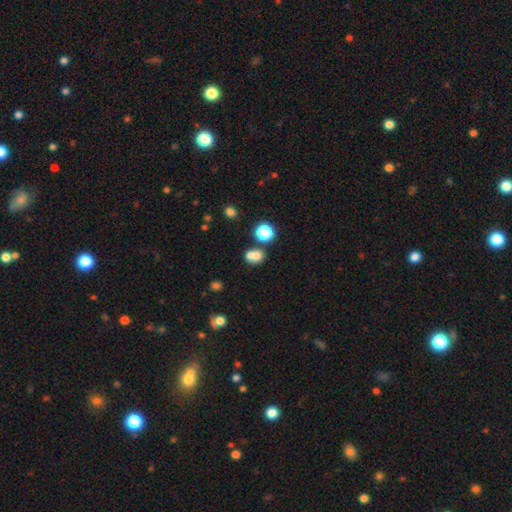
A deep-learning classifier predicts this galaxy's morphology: A smooth galaxy with no disk features (73%) that is round (67%). Merging: merger (50%).